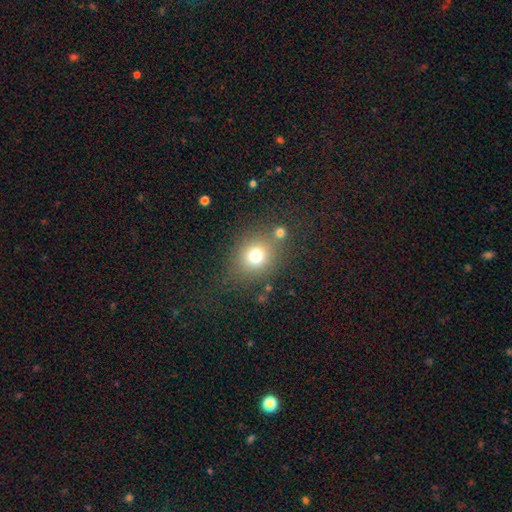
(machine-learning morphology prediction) A smooth galaxy with no disk features (74%) that is round (75%).

Vote fractions:
- Smooth or featured? smooth: 74% / star or artifact: 15% / featured or disk: 11%
- How rounded? round: 75% / in between: 24% / cigar-shaped: 1%
- Merging? none: 71% / minor disturbance: 13% / merger: 10% / major disturbance: 6%